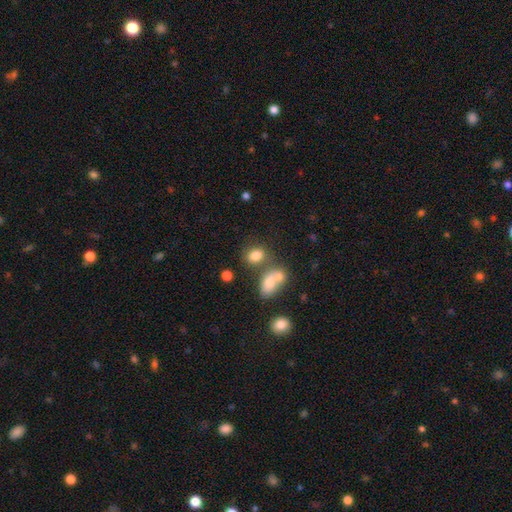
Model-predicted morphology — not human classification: This is clearly a smooth galaxy (80%). How rounded: likely in between (68%). Merging: possibly none (56%).